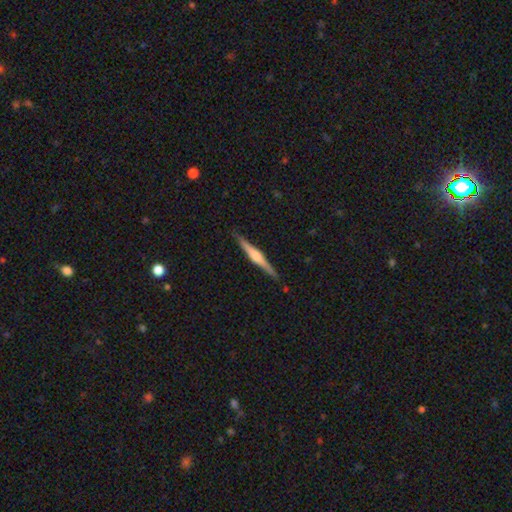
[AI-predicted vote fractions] This is likely a featured or disk galaxy (73%). It is clearly viewed edge-on (98%). Edge-on bulge: likely rounded (79%). Merging: clearly none (89%).